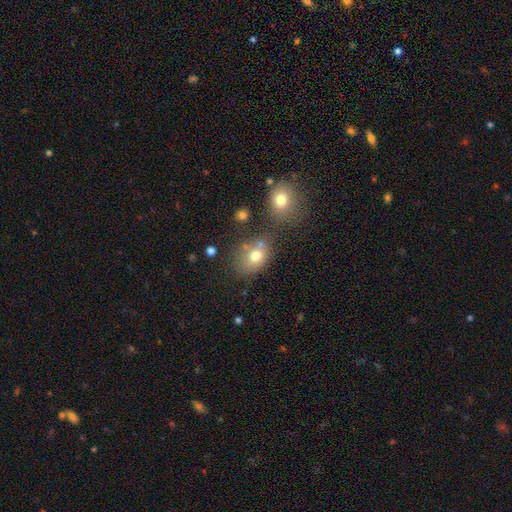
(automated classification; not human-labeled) Smooth or featured? smooth (74%)
How rounded? in between (61%)
Merging? none (52%)